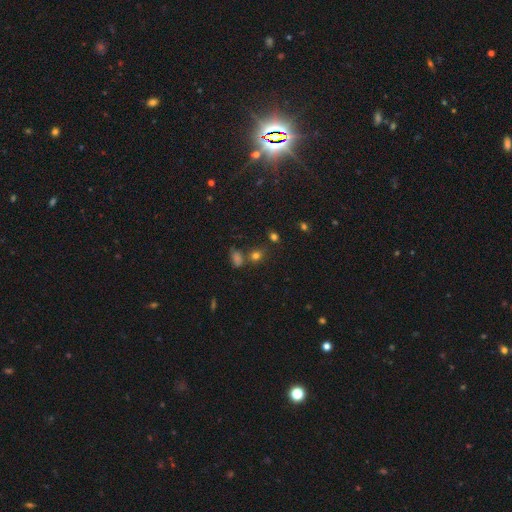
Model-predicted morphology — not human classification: smooth-or-featured: smooth: 68% | star or artifact: 25% | featured or disk: 7%
  how-rounded: round: 54% | in between: 44% | cigar-shaped: 2%
  merging: none: 65% | merger: 17% | minor disturbance: 13% | major disturbance: 5%